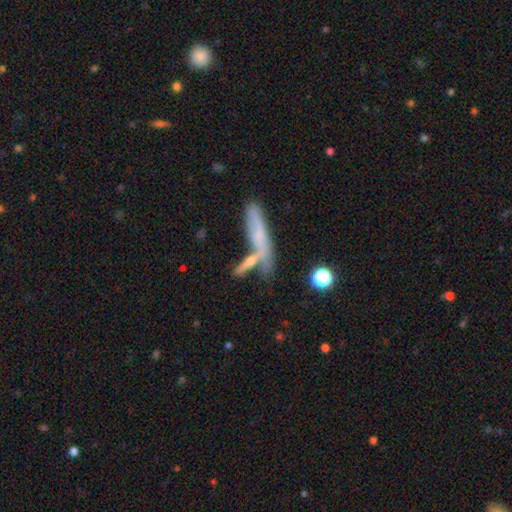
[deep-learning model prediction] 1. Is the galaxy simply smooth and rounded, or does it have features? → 53% smooth, 36% featured or disk, 11% star or artifact.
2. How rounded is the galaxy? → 78% cigar-shaped, 18% in between, 4% round.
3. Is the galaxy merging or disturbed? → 48% none, 28% merger, 16% minor disturbance, 8% major disturbance.